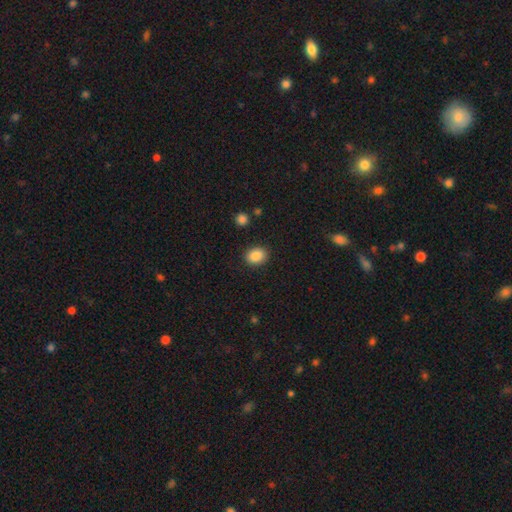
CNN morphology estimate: This appears to be a smooth galaxy with no disk features (88%) that is in between round and cigar-shaped (56%). Merging: none (88%).